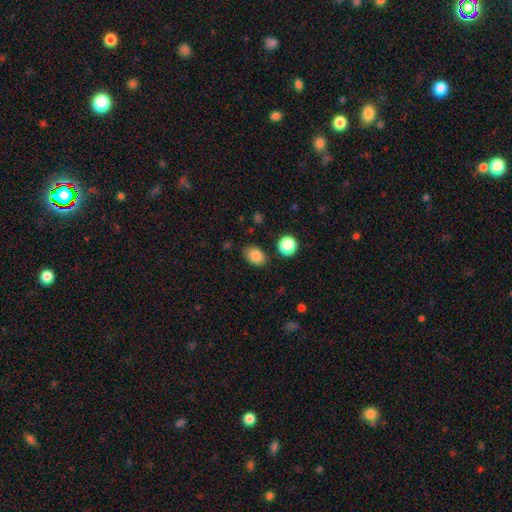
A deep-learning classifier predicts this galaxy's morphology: This is clearly a smooth galaxy (84%). How rounded: likely in between (77%). Merging: clearly none (82%).